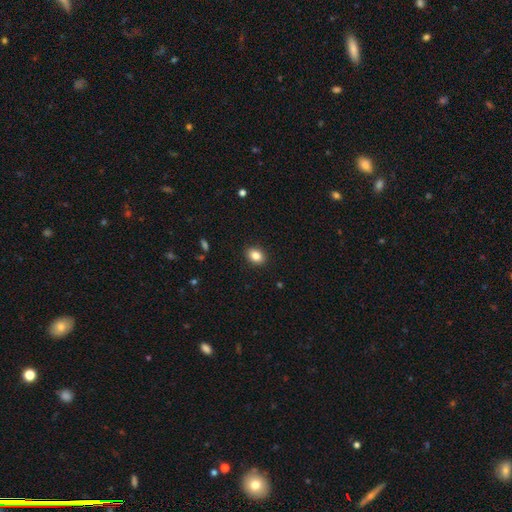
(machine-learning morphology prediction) Overall: smooth (85%). How rounded: in between (69%; round 30%). Merging: none (89%).